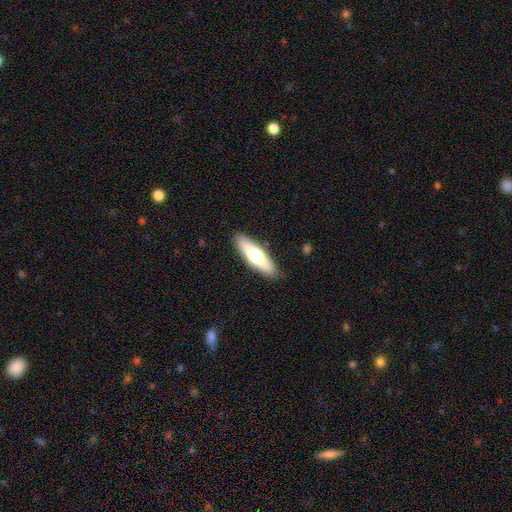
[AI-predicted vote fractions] This appears to be a smooth galaxy with no disk features (56%) that is cigar-shaped (55%). Merging: none (88%).